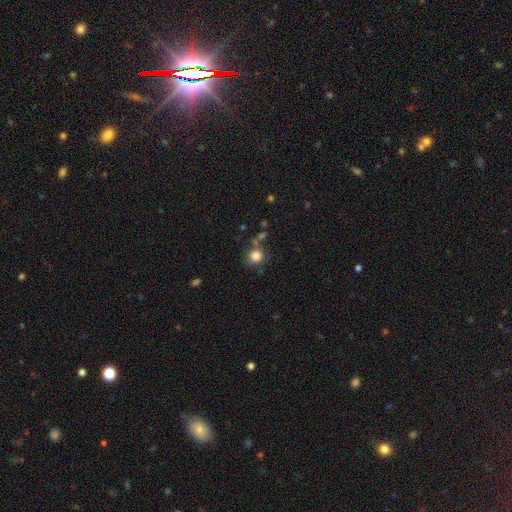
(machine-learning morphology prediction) smooth_or_featured: smooth (p=0.83) [alt: star or artifact p=0.11]
how_rounded: round (p=0.84) [alt: in between p=0.15]
merging: none (p=0.65) [alt: minor disturbance p=0.16]